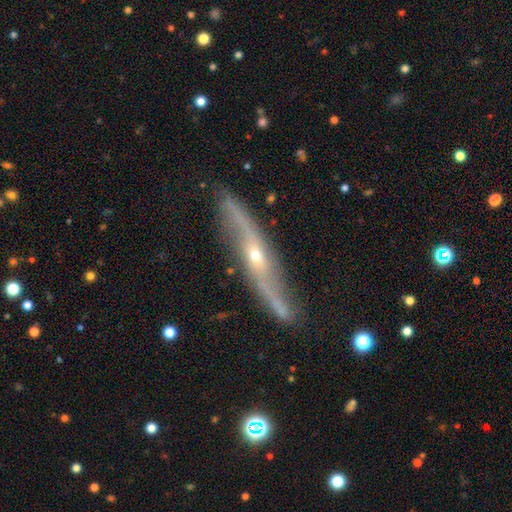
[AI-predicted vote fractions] featured or disk 82%, smooth 12%, star or artifact 6%. Down the decision tree: edge-on disk — no (55%); merging — none (73%).